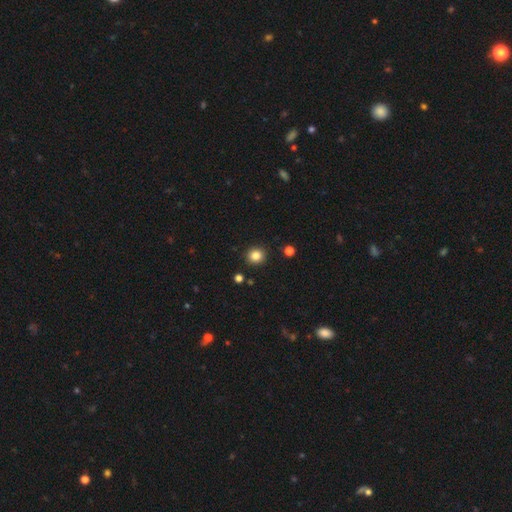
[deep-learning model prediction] smooth-or-featured: smooth: 84% | star or artifact: 12% | featured or disk: 4%
  how-rounded: round: 89% | in between: 10% | cigar-shaped: 1%
  merging: none: 91% | minor disturbance: 6% | merger: 2% | major disturbance: 2%